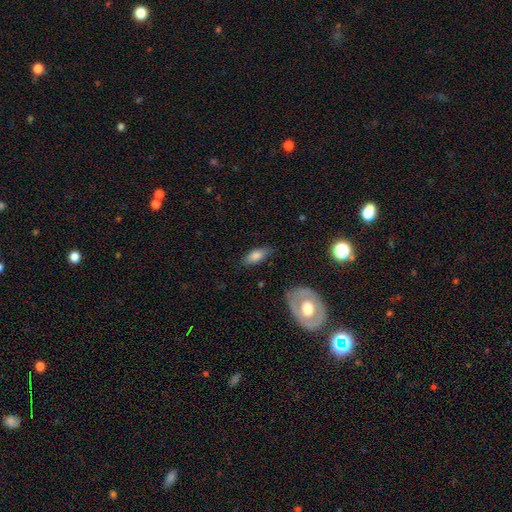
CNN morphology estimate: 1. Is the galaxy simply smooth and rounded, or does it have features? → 77% smooth, 16% featured or disk, 7% star or artifact.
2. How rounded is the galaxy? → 80% in between, 17% cigar-shaped, 3% round.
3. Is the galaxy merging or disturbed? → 75% none, 18% minor disturbance, 4% major disturbance, 2% merger.